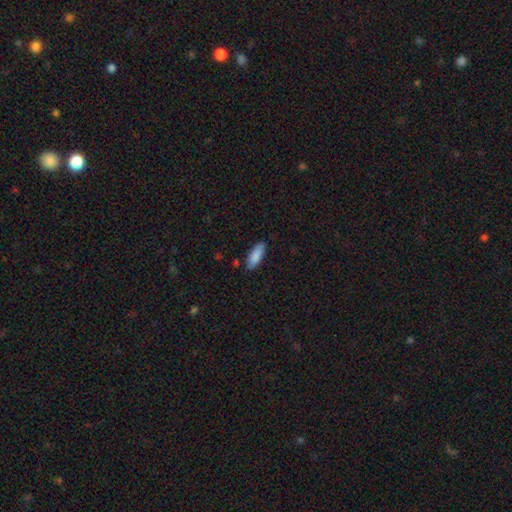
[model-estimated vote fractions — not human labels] Smooth or featured? Predicted: smooth (p=0.87). How rounded? Predicted: in between (p=0.67). Merging? Predicted: none (p=0.81).